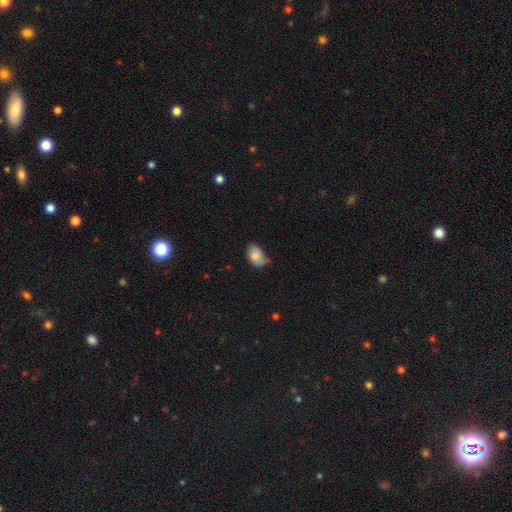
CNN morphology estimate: This is likely a smooth galaxy (79%). How rounded: clearly in between (86%). Merging: marginally minor disturbance (44%).